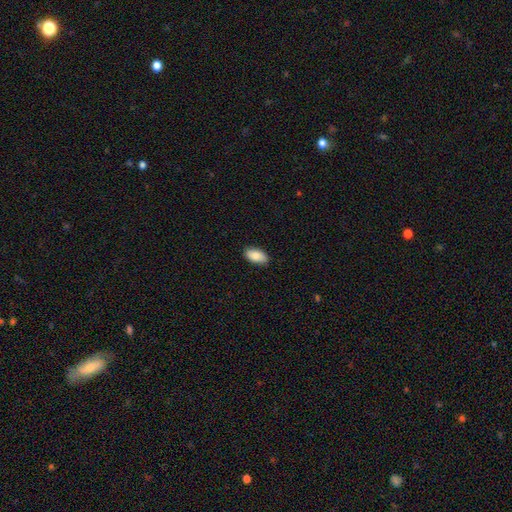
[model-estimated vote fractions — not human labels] Smooth or featured?
  - smooth: 86% *
  - featured or disk: 8%
  - star or artifact: 6%
How rounded?
  - in between: 93% *
  - cigar-shaped: 4%
  - round: 3%
Merging?
  - none: 86% *
  - minor disturbance: 11%
  - major disturbance: 2%
  - merger: 1%